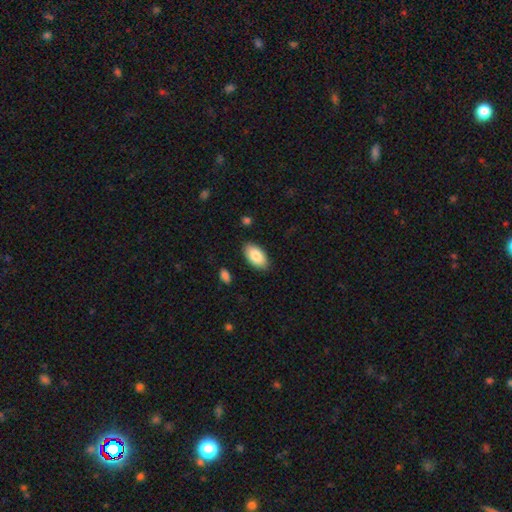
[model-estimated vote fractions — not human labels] The model was most divided on "merging": none: 87%, minor disturbance: 10%, major disturbance: 2%, merger: 1%. More confident: how rounded — in between (95%); smooth or featured — smooth (86%).